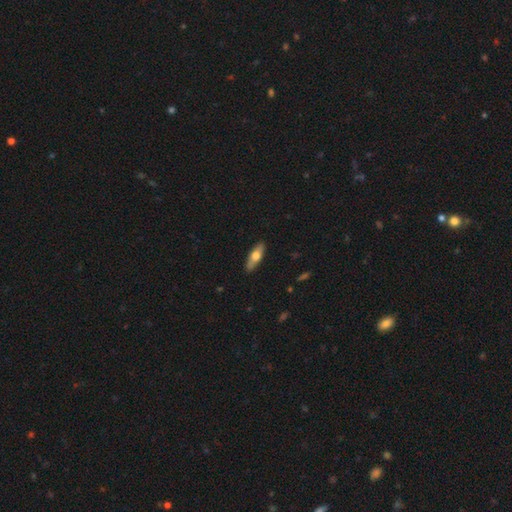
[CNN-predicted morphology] smooth-or-featured: smooth: 57% | featured or disk: 38% | star or artifact: 6%
  how-rounded: cigar-shaped: 49% (tied) | in between: 49% (tied) | round: 3%
  merging: none: 88% | minor disturbance: 9% | major disturbance: 2% | merger: 1%